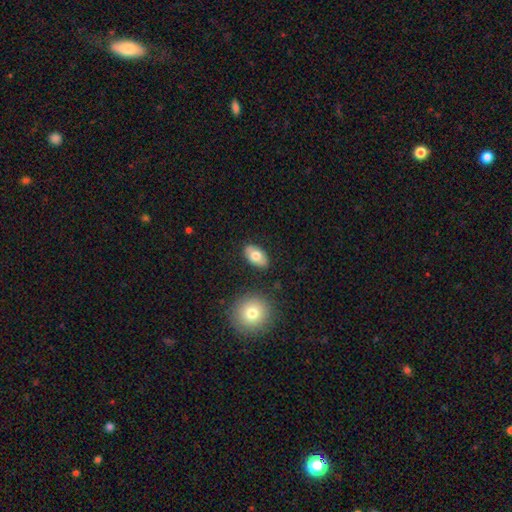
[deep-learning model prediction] Overall: smooth (74%). How rounded: in between (92%). Merging: none (84%).